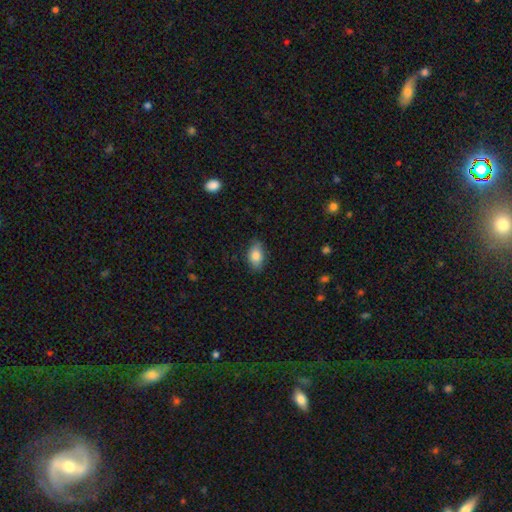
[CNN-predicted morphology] The model was most divided on "merging": none: 81%, minor disturbance: 15%, major disturbance: 3%, merger: 1%. More confident: how rounded — in between (88%); smooth or featured — smooth (83%).